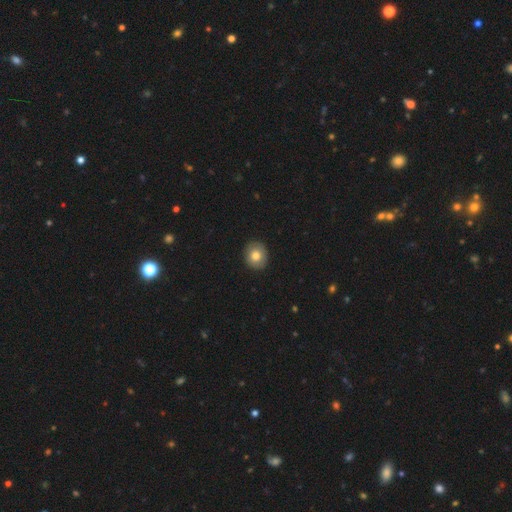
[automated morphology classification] Smooth or featured?
  - smooth: 76% *
  - featured or disk: 16%
  - star or artifact: 8%
How rounded?
  - round: 80% *
  - in between: 19%
  - cigar-shaped: 1%
Merging?
  - none: 90% *
  - minor disturbance: 8%
  - major disturbance: 2%
  - merger: 1%